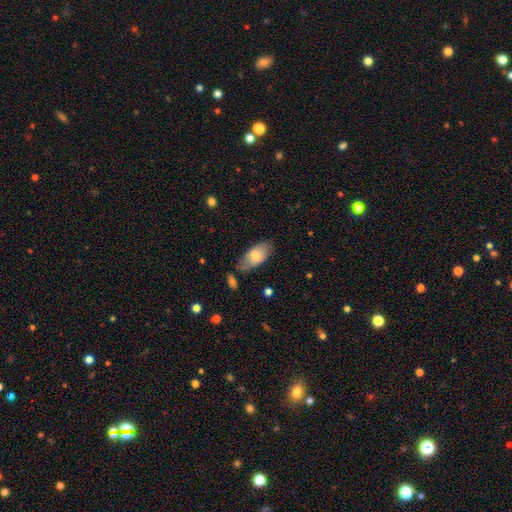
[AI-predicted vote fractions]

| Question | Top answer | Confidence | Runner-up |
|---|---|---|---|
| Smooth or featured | smooth | 72% | featured or disk (21%) |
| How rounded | in between | 91% | cigar-shaped (7%) |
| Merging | none | 71% | minor disturbance (20%) |